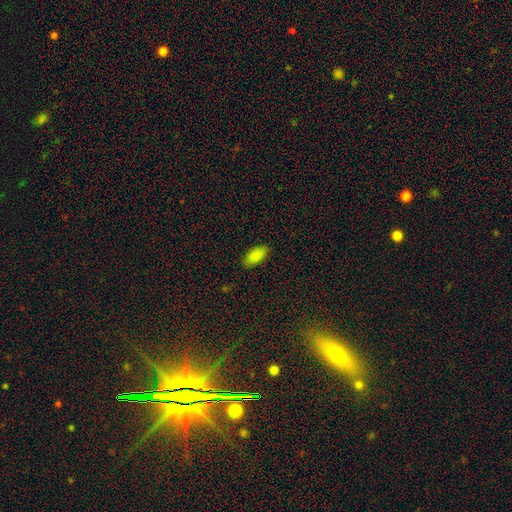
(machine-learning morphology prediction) Smooth or featured? smooth (87%)
How rounded? in between (92%)
Merging? none (85%)